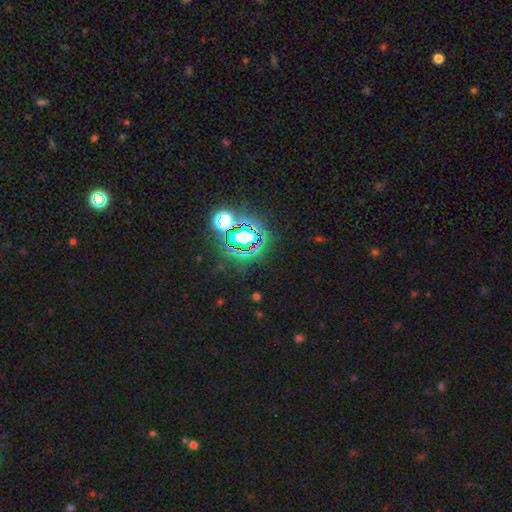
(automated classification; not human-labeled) star or artifact 81%, smooth 12%, featured or disk 7%.